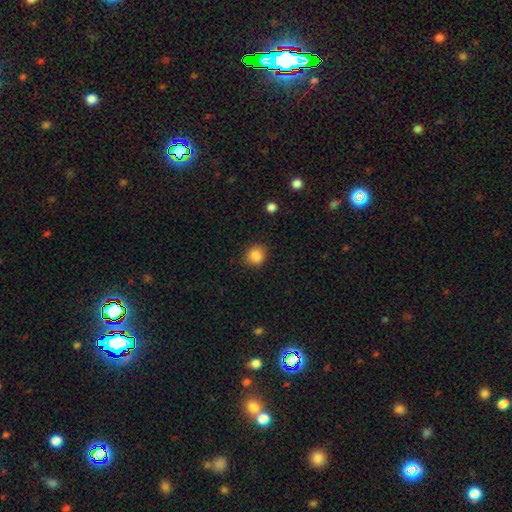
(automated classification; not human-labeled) smooth 87%, star or artifact 10%, featured or disk 3%. Down the decision tree: how rounded — round (80%); merging — none (84%).